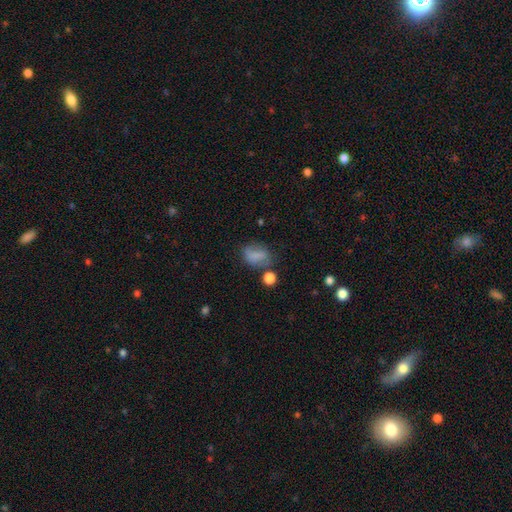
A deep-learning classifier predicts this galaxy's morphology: Smooth or featured? Predicted: smooth (p=0.70). How rounded? Predicted: in between (p=0.73). Merging? Predicted: none (p=0.52).